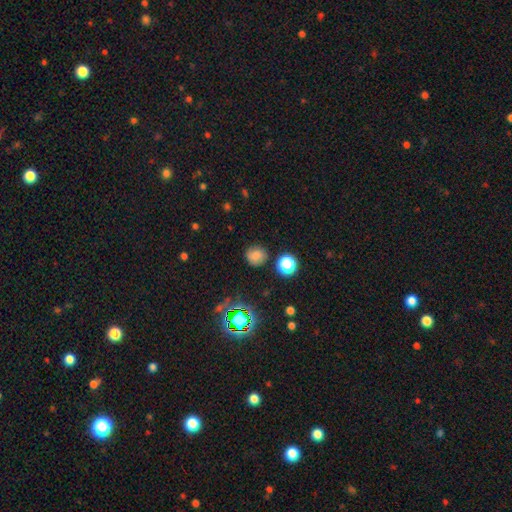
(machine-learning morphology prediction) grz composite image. It shows a smooth galaxy with no disk features (75%) that is round (86%). Merging: none (82%).